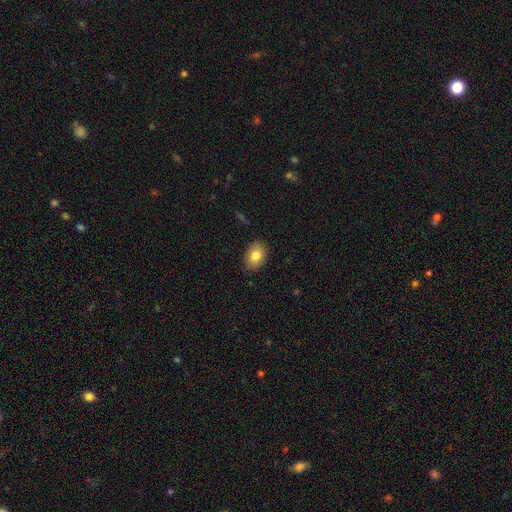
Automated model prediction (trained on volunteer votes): Smooth or featured: smooth — 82% (featured or disk — 10%)
How rounded: in between — 78% (round — 21%)
Merging: none — 87% (minor disturbance — 10%)